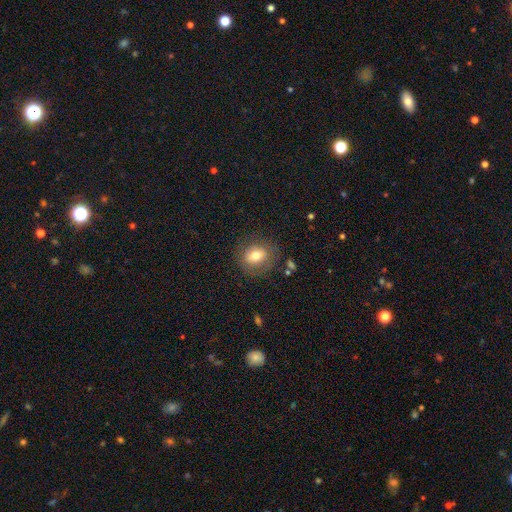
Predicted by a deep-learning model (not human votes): smooth 70%, featured or disk 20%, star or artifact 10%. Down the decision tree: how rounded — round (63%); merging — none (79%).